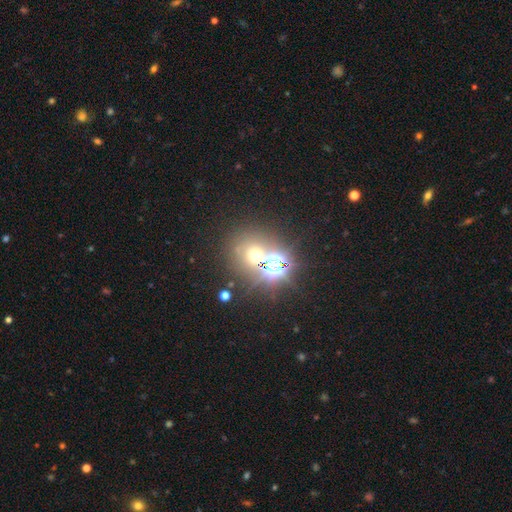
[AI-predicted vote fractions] This is possibly a star or artifact rather than a galaxy (49%).